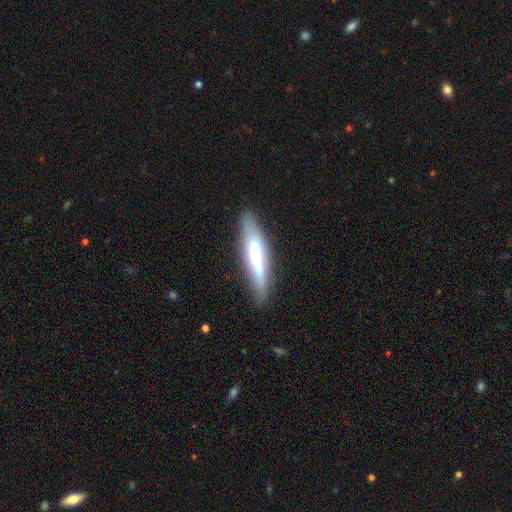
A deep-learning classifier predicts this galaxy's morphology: smooth 50%, featured or disk 44%, star or artifact 6%. Down the decision tree: merging — none (81%).